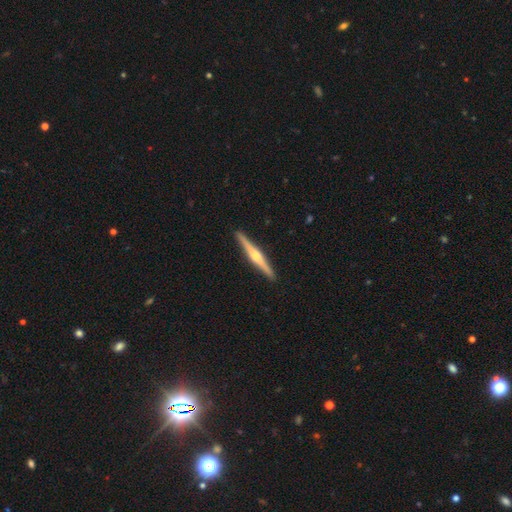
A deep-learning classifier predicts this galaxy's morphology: A featured or disk galaxy (75%) viewed edge-on (99%) with a rounded central bulge (88%).

Vote fractions:
- Smooth or featured? featured or disk: 75% / smooth: 20% / star or artifact: 5%
- Edge-on disk? yes: 99% / no: 1%
- Edge-on bulge? rounded: 88% / boxy: 7% / none: 5%
- Merging? none: 93% / minor disturbance: 5% / major disturbance: 1% / merger: 1%